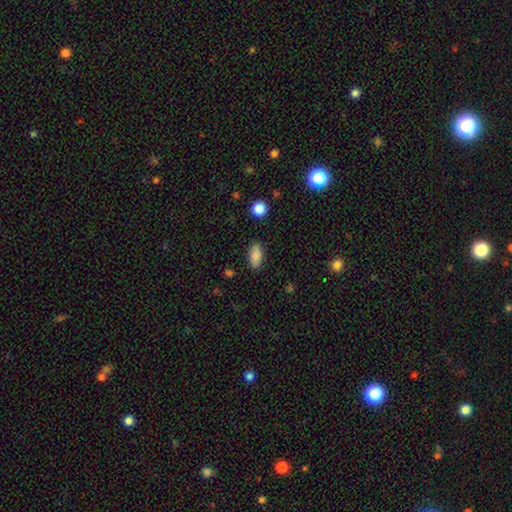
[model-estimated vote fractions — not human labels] Morphology: type=smooth (87%); roundness=in between (90%); merging=none (87%).